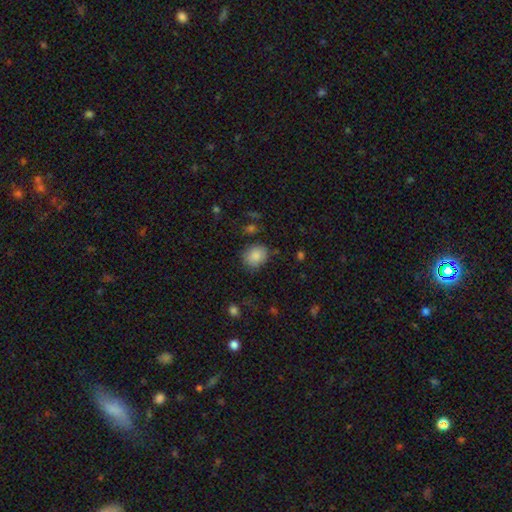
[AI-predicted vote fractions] A smooth galaxy with no disk features (86%) that is round (63%). Merging: none (79%).